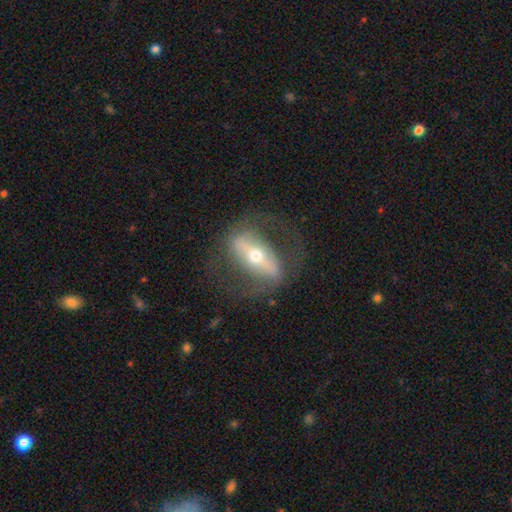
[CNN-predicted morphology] Overall: featured or disk (77%). Edge-on disk: no (75%). Bar: strong (73%). Spiral arms: yes (54%; no 46%). Bulge size: moderate (57%; small 36%). Merging: none (70%).